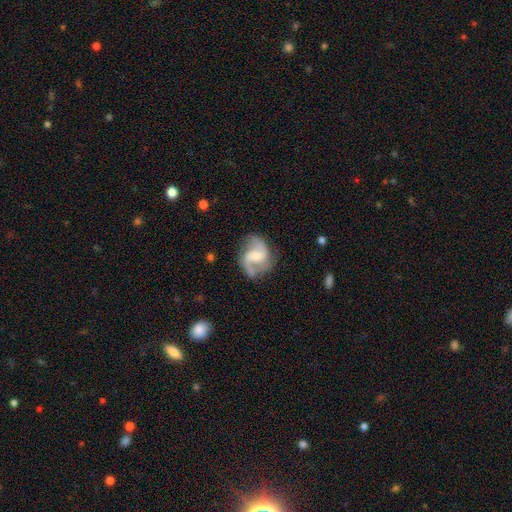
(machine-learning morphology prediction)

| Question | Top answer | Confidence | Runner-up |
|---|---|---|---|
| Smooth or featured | featured or disk | 85% | smooth (10%) |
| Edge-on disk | no | 98% | yes (2%) |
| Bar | weak | 49% | no (38%) |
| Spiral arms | yes | 96% | no (4%) |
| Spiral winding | medium | 49% | loose (37%) |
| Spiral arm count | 2 | 88% | can't tell (4%) |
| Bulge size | small | 45% | moderate (43%) |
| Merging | none | 71% | minor disturbance (19%) |